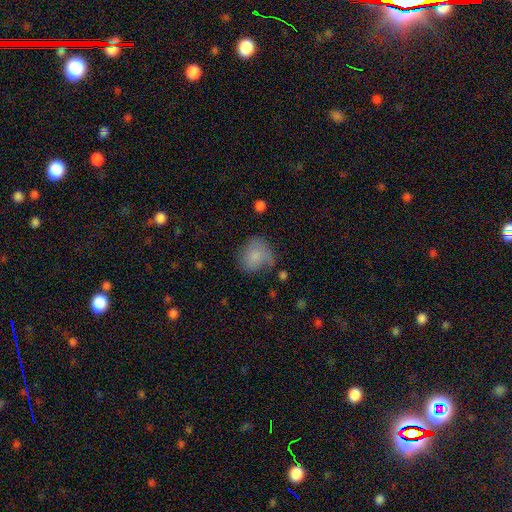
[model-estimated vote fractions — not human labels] Smooth or featured: smooth — 73% (featured or disk — 19%)
How rounded: round — 58% (in between — 41%)
Merging: none — 45% (minor disturbance — 30%)